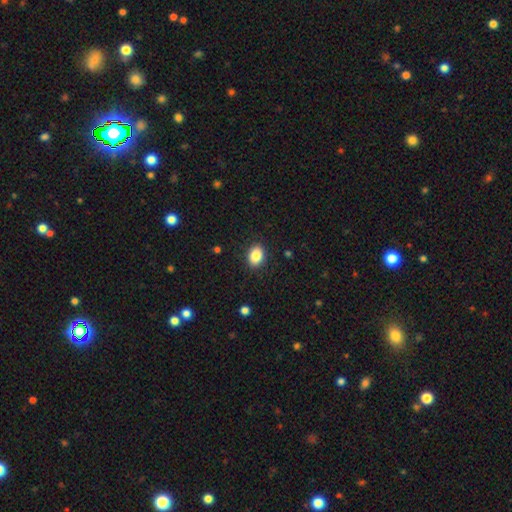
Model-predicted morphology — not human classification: Smooth or featured: smooth — 85% (star or artifact — 9%)
How rounded: in between — 71% (round — 28%)
Merging: none — 88% (minor disturbance — 8%)